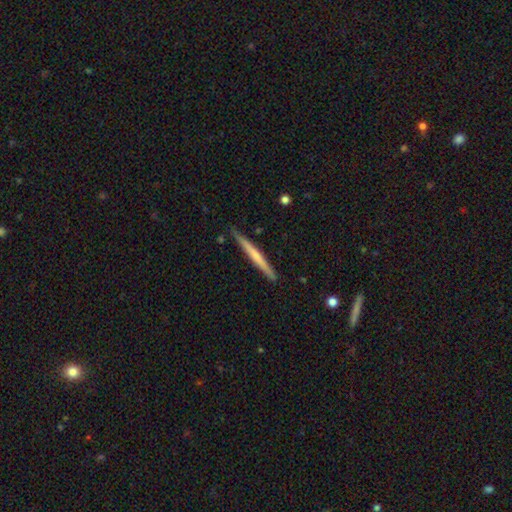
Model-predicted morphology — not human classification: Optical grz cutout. It shows a featured or disk galaxy (48%). Merging: none (88%).